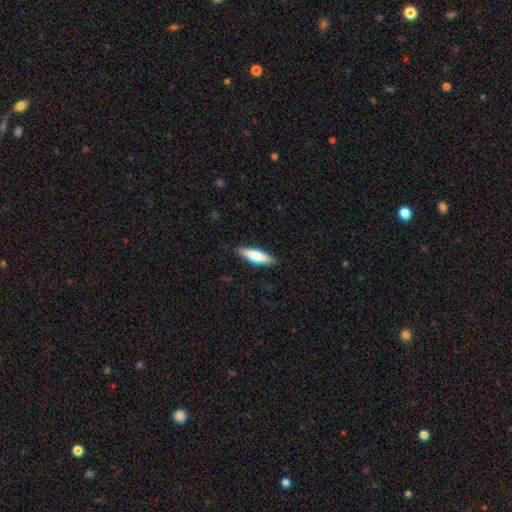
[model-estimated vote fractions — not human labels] The model was most divided on "how rounded": cigar-shaped: 63%, in between: 35%, round: 2%. More confident: merging — none (88%); smooth or featured — smooth (65%).